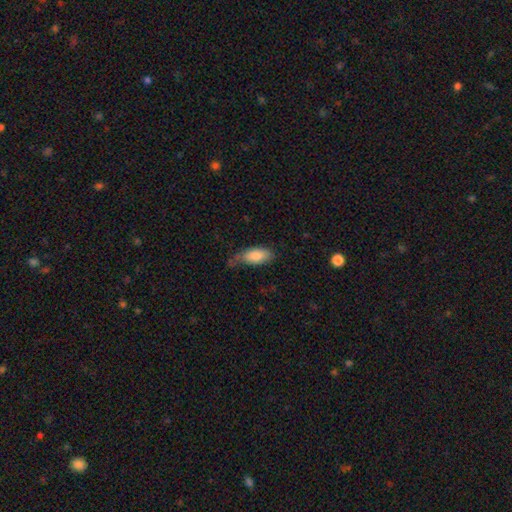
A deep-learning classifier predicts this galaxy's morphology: This is clearly a smooth galaxy (83%). How rounded: clearly in between (87%). Merging: possibly none (49%).